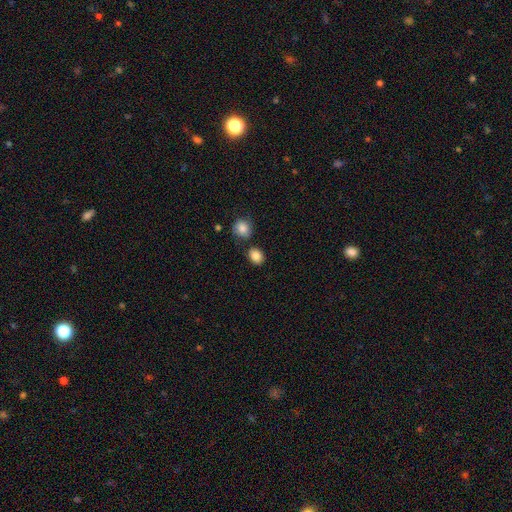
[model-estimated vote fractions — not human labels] This appears to be a smooth galaxy with no disk features (86%) that is in between round and cigar-shaped (53%). Merging: none (73%).